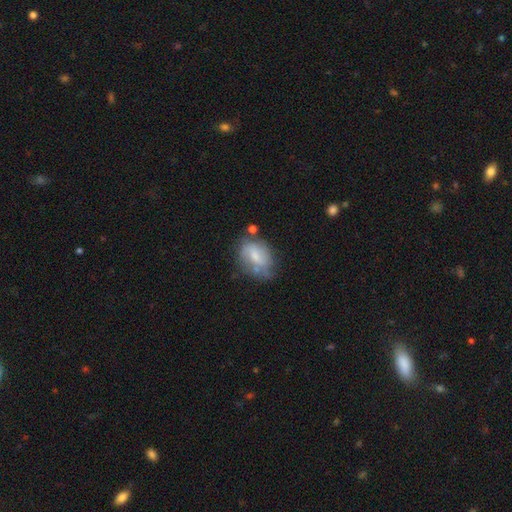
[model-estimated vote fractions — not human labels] Q: Smooth or featured?
A: smooth (51%); runner-up: featured or disk (41%)
Q: How rounded?
A: in between (74%); runner-up: round (24%)
Q: Merging?
A: none (45%); runner-up: minor disturbance (30%)